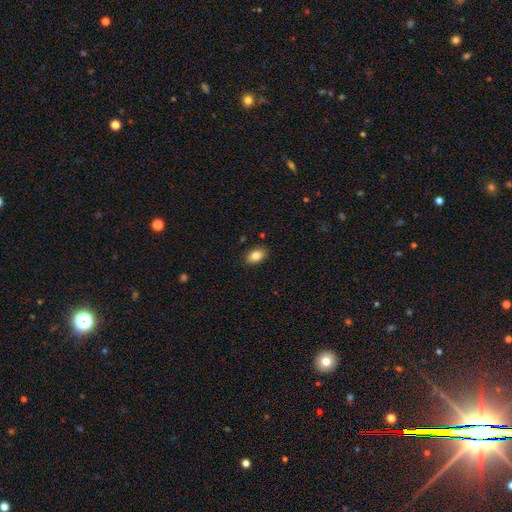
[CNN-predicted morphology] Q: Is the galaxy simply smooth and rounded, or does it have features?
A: smooth — 85%.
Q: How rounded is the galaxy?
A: in between — 85%.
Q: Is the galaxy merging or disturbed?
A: none — 88%.